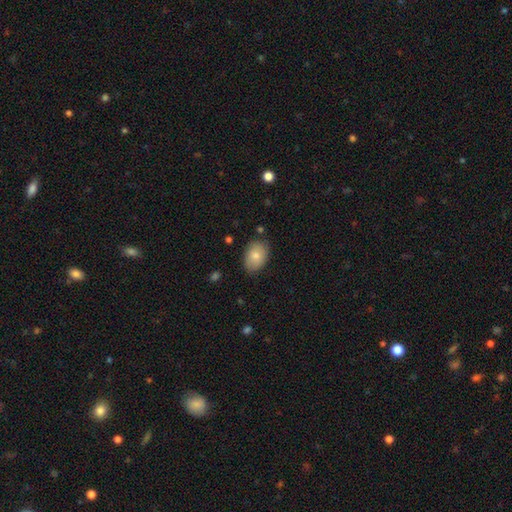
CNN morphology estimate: Q: Smooth or featured?
A: smooth (80%); runner-up: featured or disk (13%)
Q: How rounded?
A: in between (83%); runner-up: round (16%)
Q: Merging?
A: none (80%); runner-up: minor disturbance (15%)